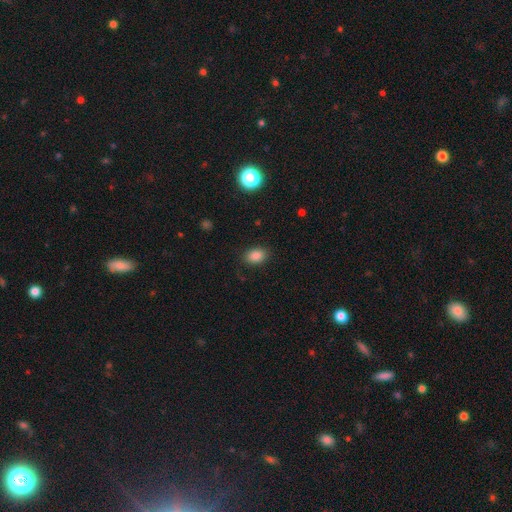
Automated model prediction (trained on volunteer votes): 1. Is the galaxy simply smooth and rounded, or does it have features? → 85% smooth, 11% star or artifact, 5% featured or disk.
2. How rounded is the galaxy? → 79% in between, 20% round, 1% cigar-shaped.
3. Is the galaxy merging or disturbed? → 86% none, 10% minor disturbance, 3% major disturbance, 1% merger.